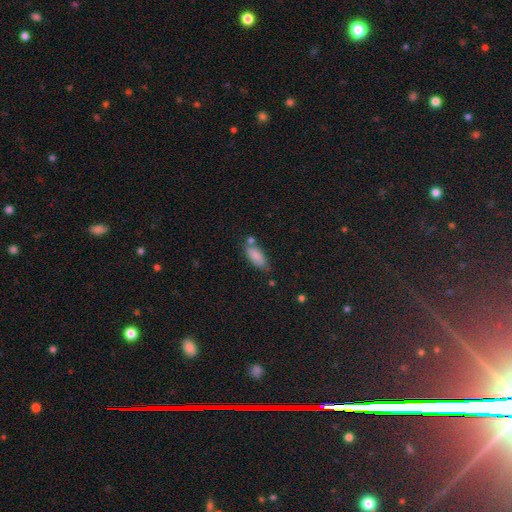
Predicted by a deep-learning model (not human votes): Morphology: type=smooth (82%); roundness=in between (78%); merging=none (63%).